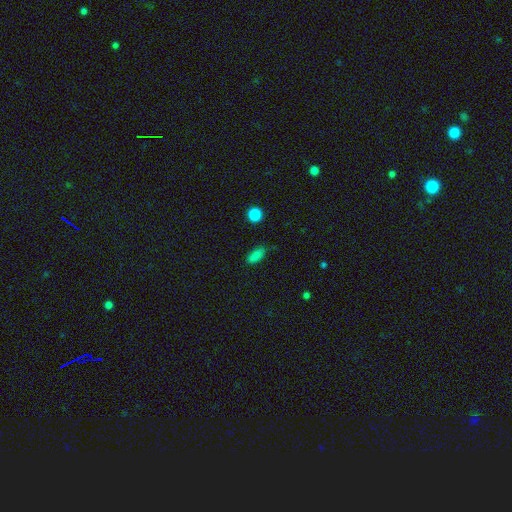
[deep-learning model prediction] A smooth galaxy with no disk features (82%) that is in between round and cigar-shaped (74%). Merging: none (75%).